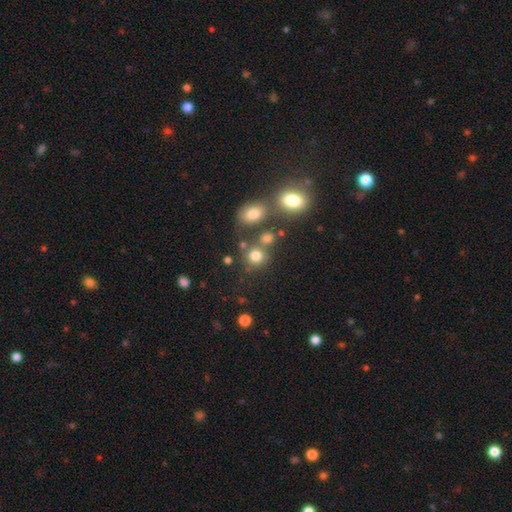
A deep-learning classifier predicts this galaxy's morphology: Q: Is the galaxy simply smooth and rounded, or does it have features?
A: smooth — 77%.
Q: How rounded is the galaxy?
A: round — 79%.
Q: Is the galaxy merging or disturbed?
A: none — 62%.